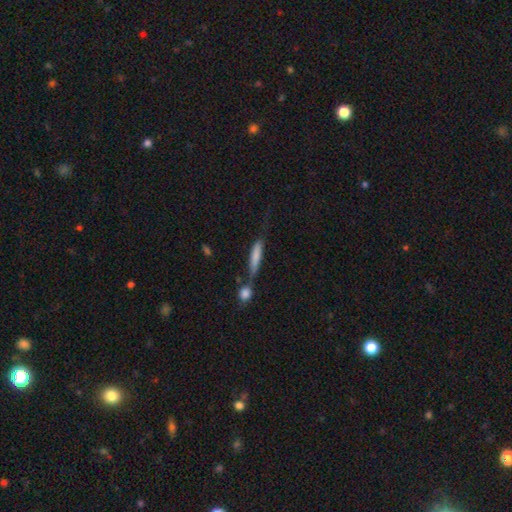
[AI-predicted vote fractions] This is possibly a smooth galaxy (53%). How rounded: clearly cigar-shaped (86%). Merging: possibly none (59%).